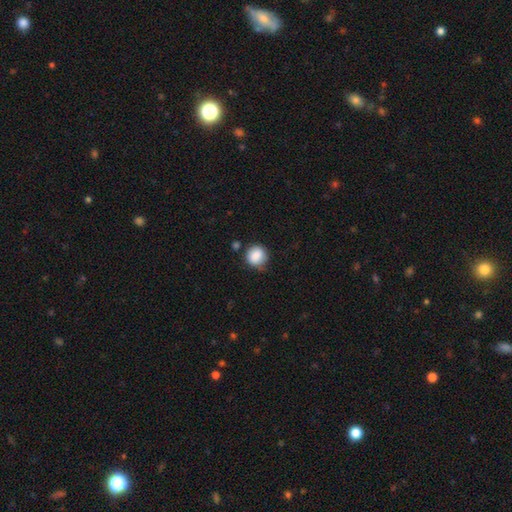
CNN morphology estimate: type=smooth (86%); roundness=round (90%); merging=none (70%).